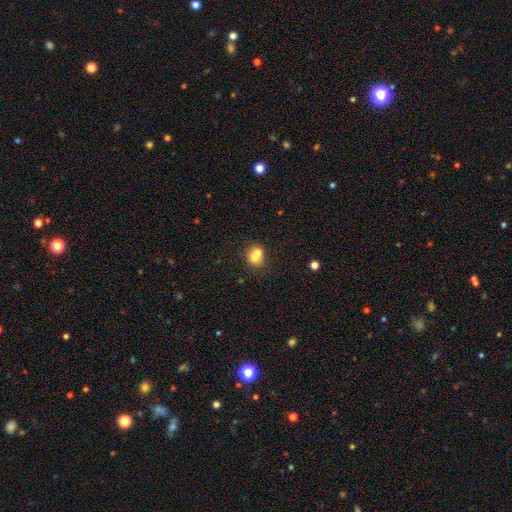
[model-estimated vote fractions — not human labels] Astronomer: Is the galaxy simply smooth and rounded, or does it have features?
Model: smooth — 69%.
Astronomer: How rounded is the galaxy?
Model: round — 71%.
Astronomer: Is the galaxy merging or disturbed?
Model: merger — 59%.